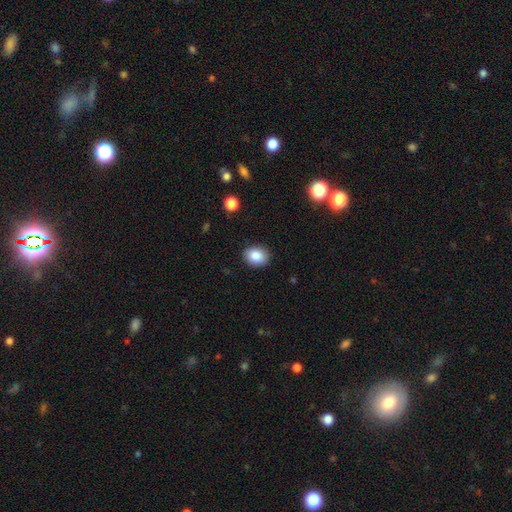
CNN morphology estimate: A smooth galaxy with no disk features (86%) that is round (51%). Merging: none (89%).